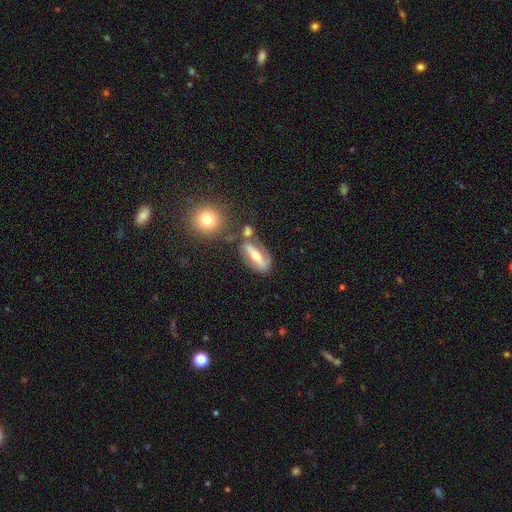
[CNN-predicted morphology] A featured or disk galaxy (61%).

Vote fractions:
- Smooth or featured? featured or disk: 61% / smooth: 31% / star or artifact: 9%
- Edge-on disk? no: 66% / yes: 34%
- Merging? none: 68% / minor disturbance: 16% / merger: 10% / major disturbance: 7%